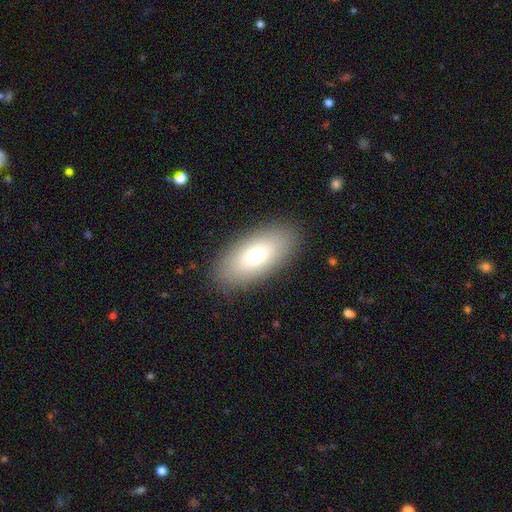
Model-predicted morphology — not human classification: A smooth galaxy with no disk features (71%) that is in between round and cigar-shaped (90%). Merging: none (87%).